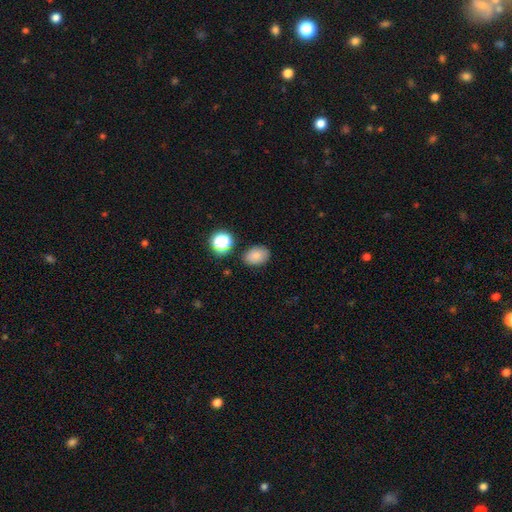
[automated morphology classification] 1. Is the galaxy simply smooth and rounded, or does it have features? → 81% smooth, 12% star or artifact, 7% featured or disk.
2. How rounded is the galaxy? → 74% in between, 25% round, 1% cigar-shaped.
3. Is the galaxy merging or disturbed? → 81% none, 13% minor disturbance, 3% merger, 3% major disturbance.